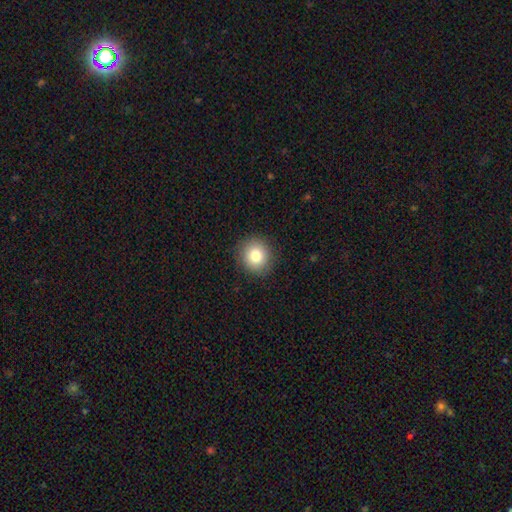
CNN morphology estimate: Overall: smooth (81%). How rounded: round (89%). Merging: none (90%).